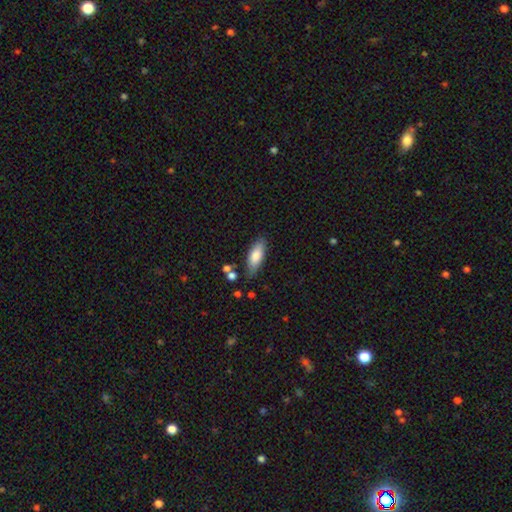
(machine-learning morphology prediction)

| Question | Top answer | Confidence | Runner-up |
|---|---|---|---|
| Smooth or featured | smooth | 79% | featured or disk (15%) |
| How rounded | in between | 69% | cigar-shaped (29%) |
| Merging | none | 77% | minor disturbance (15%) |